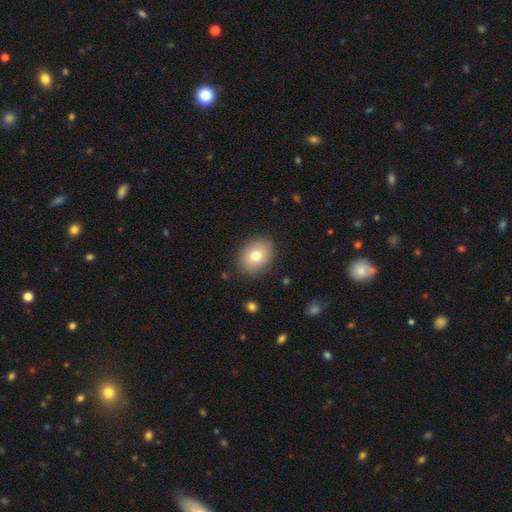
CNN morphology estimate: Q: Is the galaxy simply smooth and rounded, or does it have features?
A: smooth — 76%.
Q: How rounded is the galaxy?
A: in between — 62%.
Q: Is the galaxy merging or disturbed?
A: none — 87%.